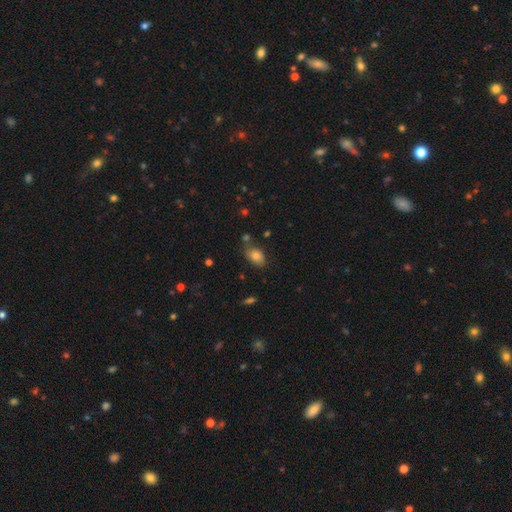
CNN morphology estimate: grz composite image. It shows a smooth galaxy with no disk features (79%) that is in between round and cigar-shaped (87%). Merging: none (68%).